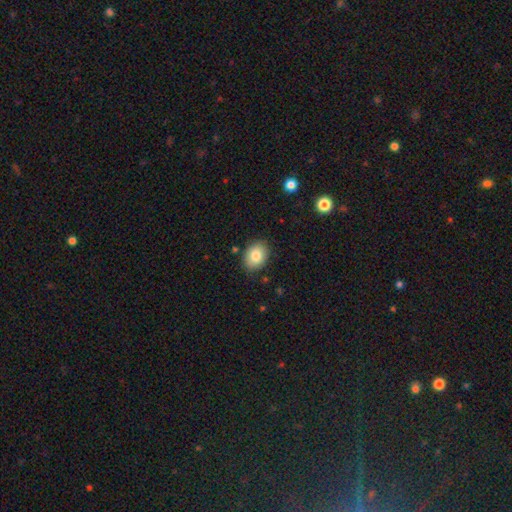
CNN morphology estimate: A smooth galaxy with no disk features (83%) that is in between round and cigar-shaped (66%).

Vote fractions:
- Smooth or featured? smooth: 83% / featured or disk: 9% / star or artifact: 8%
- How rounded? in between: 66% / round: 33% / cigar-shaped: 1%
- Merging? none: 85% / minor disturbance: 11% / major disturbance: 2% / merger: 1%